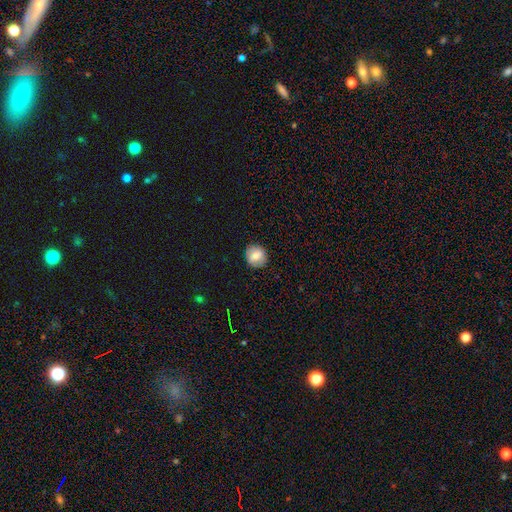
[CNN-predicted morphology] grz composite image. It shows a smooth galaxy with no disk features (74%) that is round (85%). Merging: none (88%).